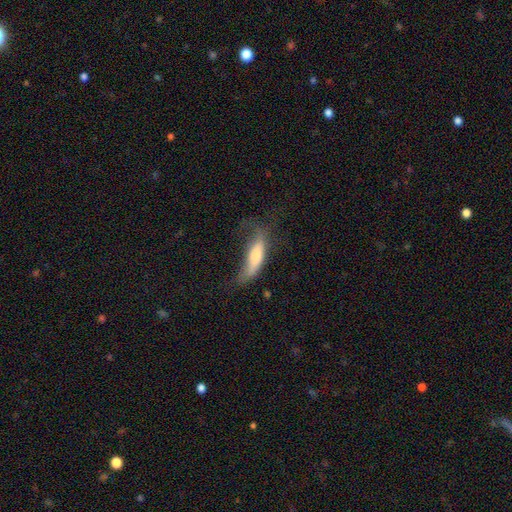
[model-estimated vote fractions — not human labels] Smooth or featured? Predicted: smooth (p=0.60). How rounded? Predicted: cigar-shaped (p=0.63). Merging? Predicted: none (p=0.34).